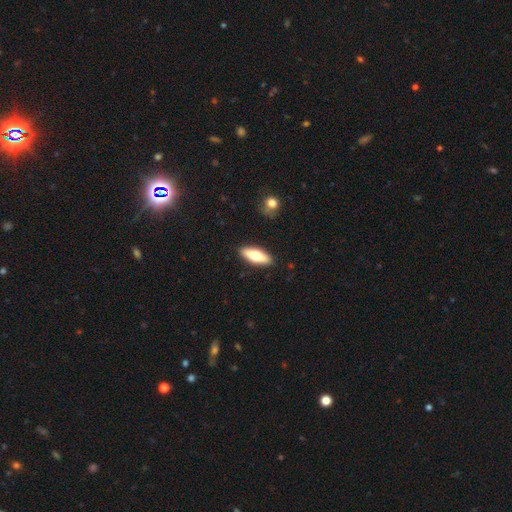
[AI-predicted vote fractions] smooth 63%, featured or disk 31%, star or artifact 6%. Down the decision tree: how rounded — in between (58%); merging — none (89%).